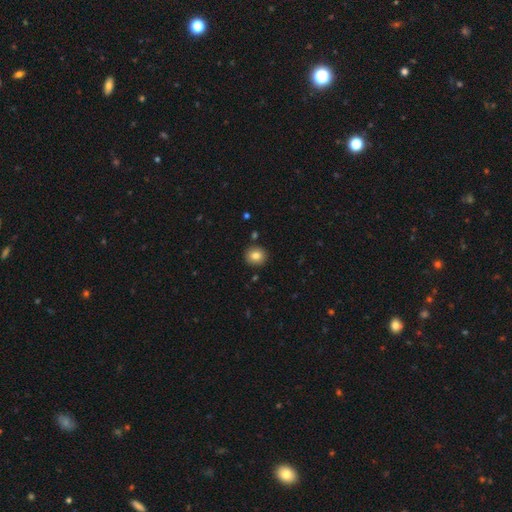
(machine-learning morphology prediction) A smooth galaxy with no disk features (82%) that is round (87%). Merging: none (89%).